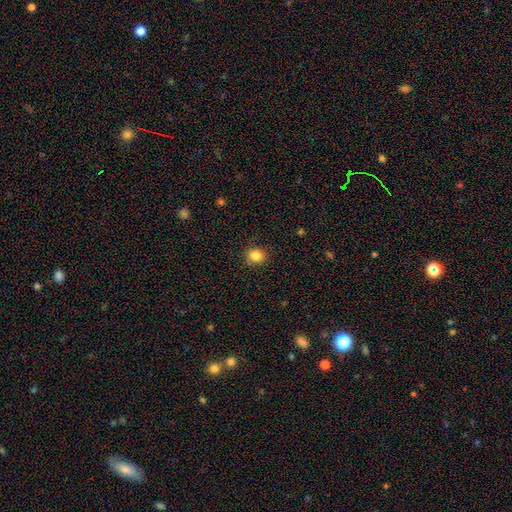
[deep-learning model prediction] Overall: smooth (84%). How rounded: round (78%). Merging: none (87%).